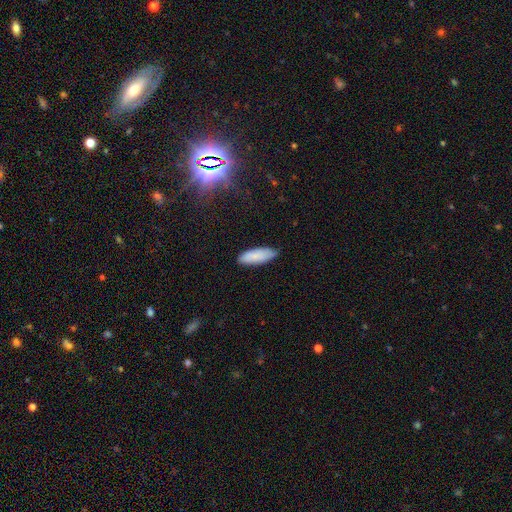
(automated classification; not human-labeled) Smooth or featured? Predicted: smooth (p=0.82). How rounded? Predicted: in between (p=0.65). Merging? Predicted: none (p=0.81).